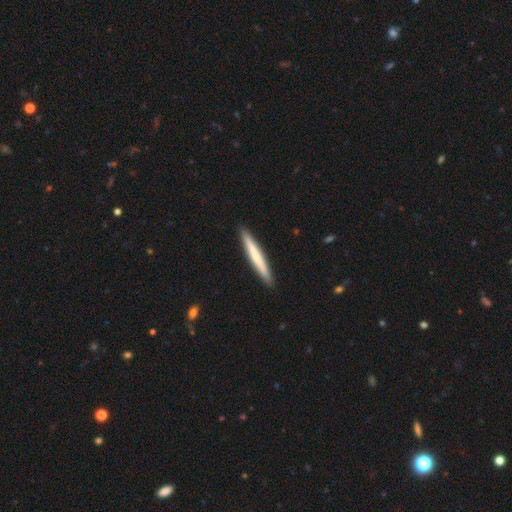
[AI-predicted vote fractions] A smooth galaxy with no disk features (59%) that is cigar-shaped (97%).

Vote fractions:
- Smooth or featured? smooth: 59% / featured or disk: 36% / star or artifact: 5%
- How rounded? cigar-shaped: 97% / in between: 2% / round: 1%
- Merging? none: 92% / minor disturbance: 6% / major disturbance: 1% / merger: 1%